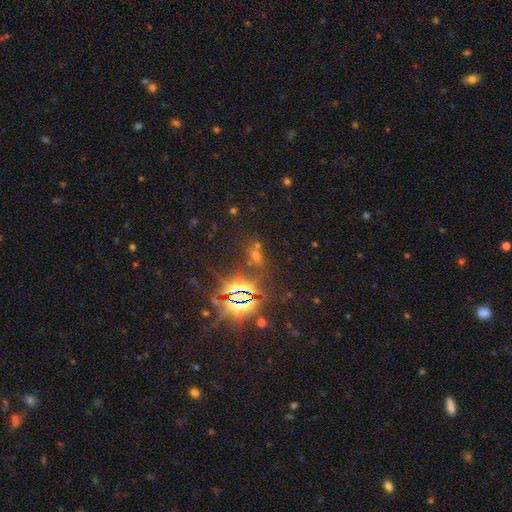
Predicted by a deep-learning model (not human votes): Smooth or featured: star or artifact — 71% (smooth — 20%)